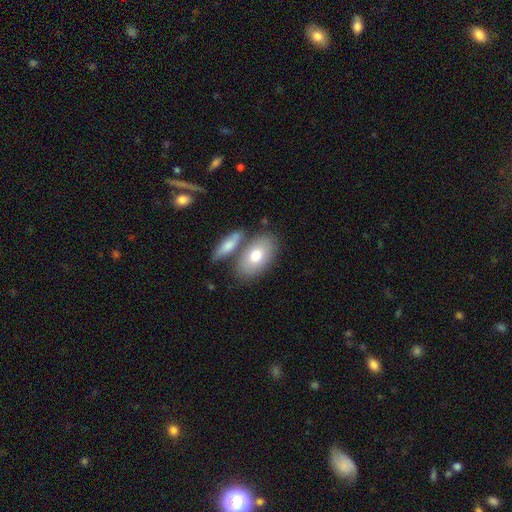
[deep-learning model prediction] Smooth or featured? Predicted: smooth (p=0.74). How rounded? Predicted: in between (p=0.91). Merging? Predicted: none (p=0.61).